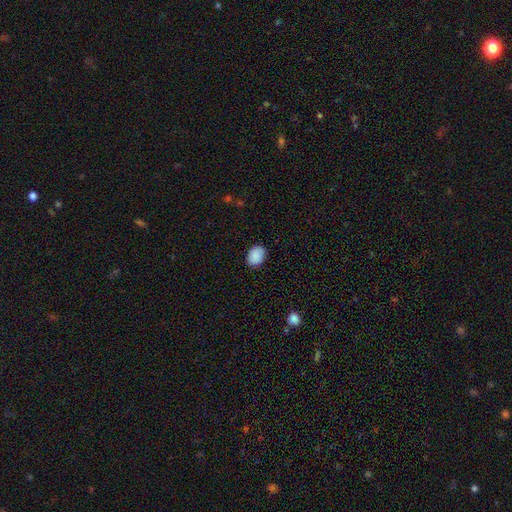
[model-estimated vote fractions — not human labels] Overall: smooth (89%). How rounded: in between (63%; round 36%). Merging: none (86%).